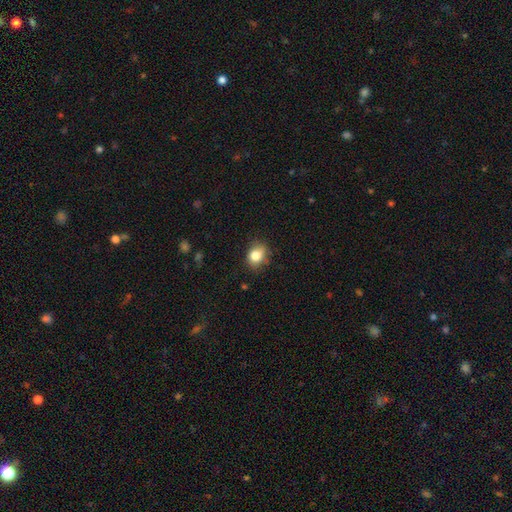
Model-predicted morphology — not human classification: This appears to be a smooth galaxy with no disk features (81%) that is in between round and cigar-shaped (54%). Merging: none (72%).